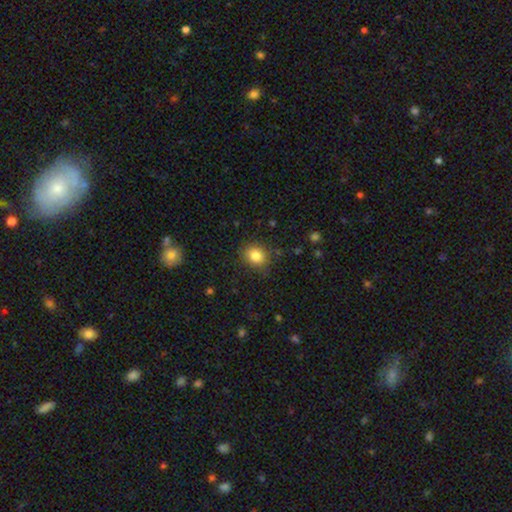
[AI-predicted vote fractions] Morphology: type=smooth (83%); roundness=round (64%); merging=none (83%).